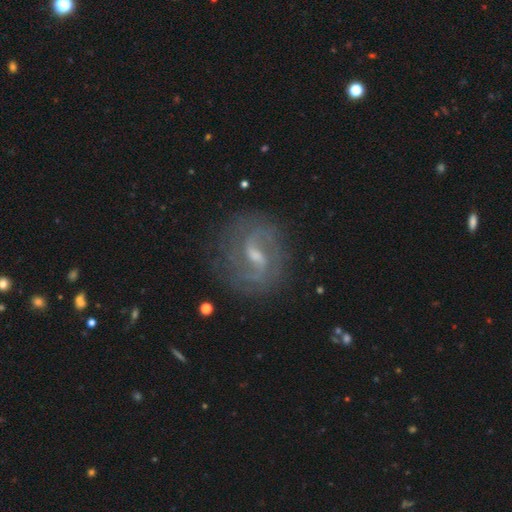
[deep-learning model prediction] Morphology: type=featured or disk (83%); edge-on=no (97%); bar=weak (59%); spiral arms=yes (94%); winding=medium (46%); arm count=2 (81%); bulge=small (49%); merging=none (80%).